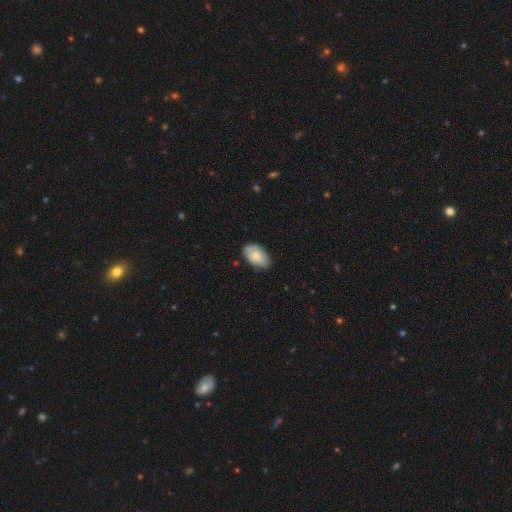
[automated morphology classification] A smooth galaxy with no disk features (77%) that is in between round and cigar-shaped (93%). Merging: none (77%).